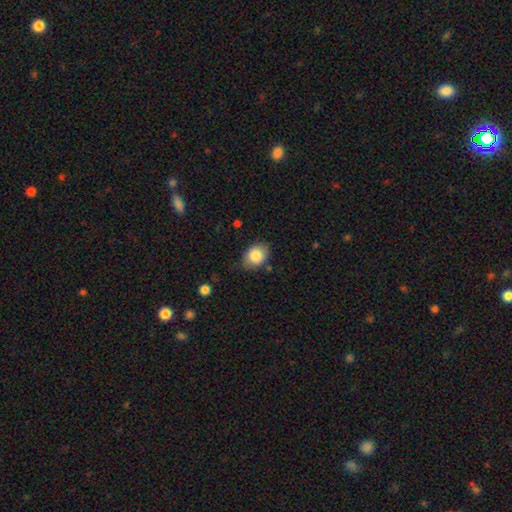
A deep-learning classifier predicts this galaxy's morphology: Smooth or featured: smooth — 85% (featured or disk — 7%)
How rounded: in between — 70% (round — 29%)
Merging: none — 73% (minor disturbance — 21%)